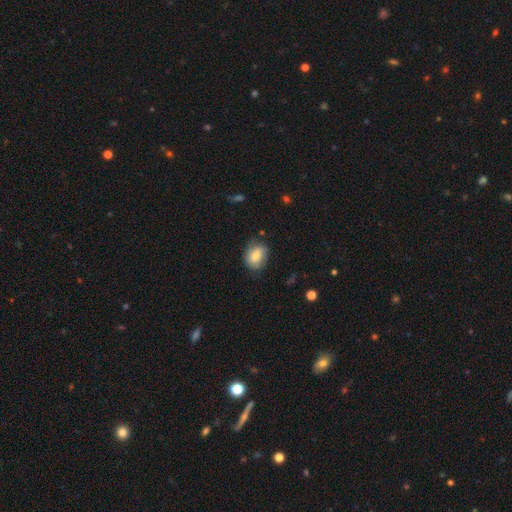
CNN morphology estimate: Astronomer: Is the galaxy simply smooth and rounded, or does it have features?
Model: smooth — 70%.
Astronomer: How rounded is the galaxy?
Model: in between — 55% (runner-up: round, 43%).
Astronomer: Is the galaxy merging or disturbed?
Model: none — 69%.